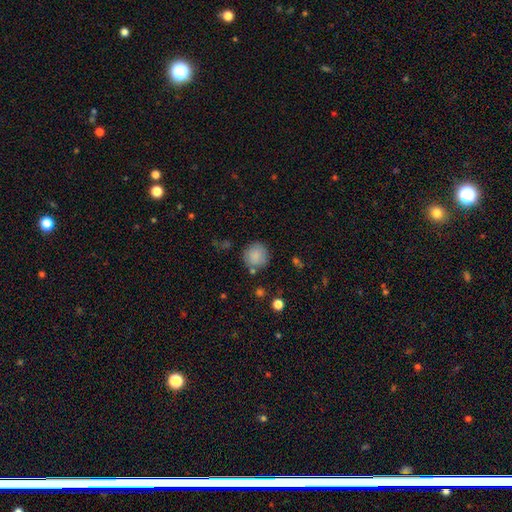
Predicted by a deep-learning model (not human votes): Q: Smooth or featured?
A: smooth (86%); runner-up: star or artifact (8%)
Q: How rounded?
A: round (92%); runner-up: in between (7%)
Q: Merging?
A: none (79%); runner-up: minor disturbance (11%)